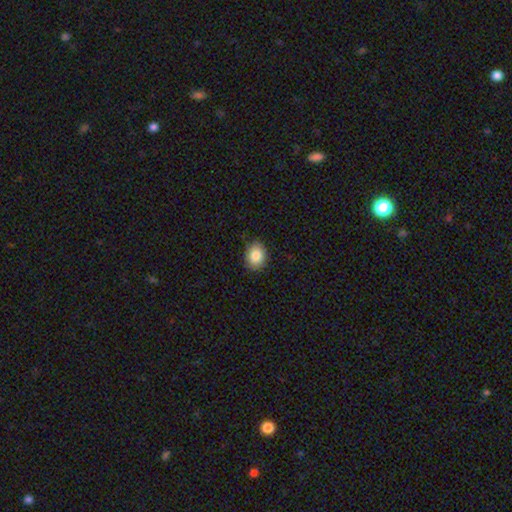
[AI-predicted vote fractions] smooth_or_featured: smooth (p=0.85) [alt: star or artifact p=0.09]
how_rounded: in between (p=0.52) [alt: round p=0.47]
merging: none (p=0.83) [alt: minor disturbance p=0.13]